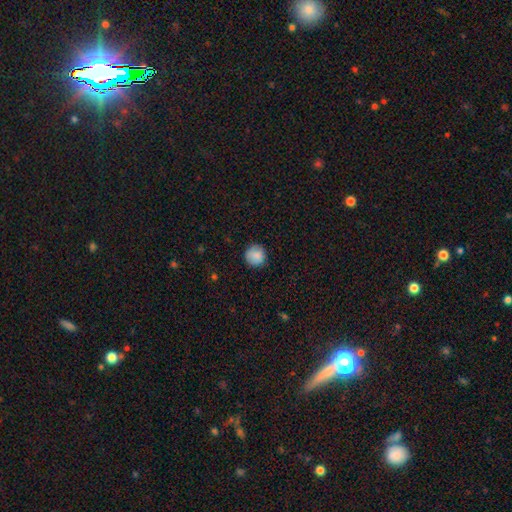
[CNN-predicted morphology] Smooth or featured?
  - smooth: 87% *
  - star or artifact: 8%
  - featured or disk: 5%
How rounded?
  - round: 94% *
  - in between: 5%
  - cigar-shaped: 1%
Merging?
  - none: 87% *
  - minor disturbance: 10%
  - major disturbance: 2%
  - merger: 1%